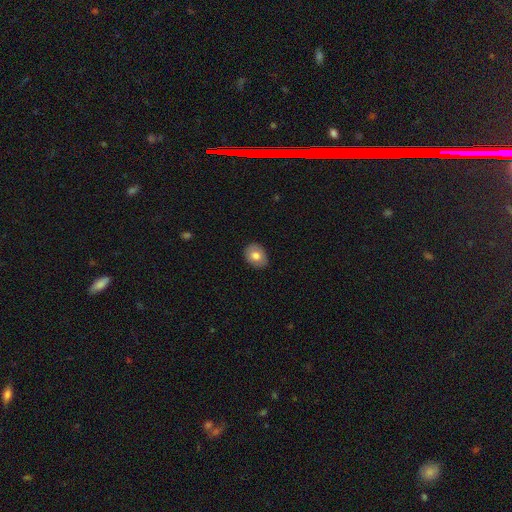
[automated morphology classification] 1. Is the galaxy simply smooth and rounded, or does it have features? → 76% smooth, 17% featured or disk, 7% star or artifact.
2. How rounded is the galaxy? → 57% in between, 42% round, 1% cigar-shaped.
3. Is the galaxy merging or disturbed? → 88% none, 9% minor disturbance, 2% major disturbance, 1% merger.